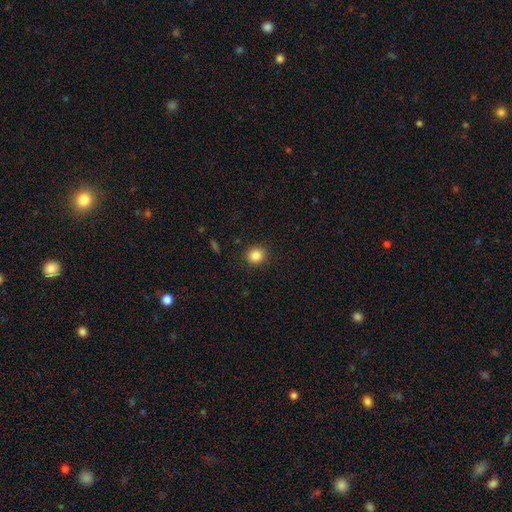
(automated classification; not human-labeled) A smooth galaxy with no disk features (85%) that is round (84%). Merging: none (91%).